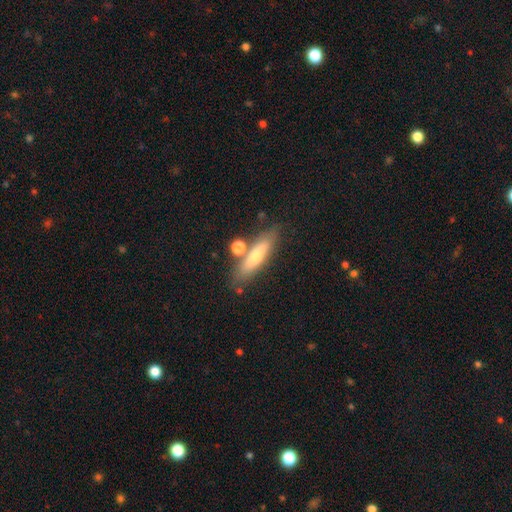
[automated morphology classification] Smooth or featured?
  - smooth: 58% *
  - featured or disk: 34%
  - star or artifact: 8%
How rounded?
  - cigar-shaped: 70% *
  - in between: 27%
  - round: 3%
Merging?
  - none: 71% *
  - minor disturbance: 13%
  - merger: 12%
  - major disturbance: 4%